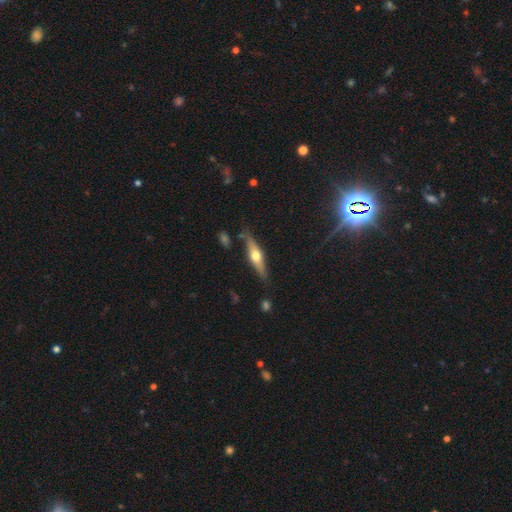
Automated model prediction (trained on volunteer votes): Q: Smooth or featured?
A: featured or disk (57%); runner-up: smooth (37%)
Q: Edge-on disk?
A: yes (91%); runner-up: no (9%)
Q: Edge-on bulge?
A: rounded (94%); runner-up: boxy (3%)
Q: Merging?
A: none (81%); runner-up: minor disturbance (13%)